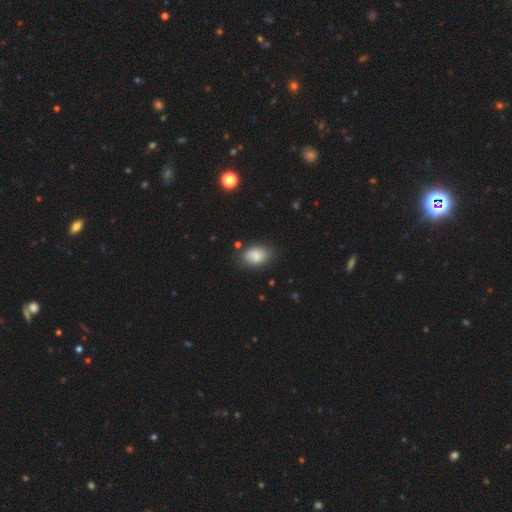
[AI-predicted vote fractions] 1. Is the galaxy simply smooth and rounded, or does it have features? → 83% smooth, 9% featured or disk, 8% star or artifact.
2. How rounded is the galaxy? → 82% in between, 17% round, 1% cigar-shaped.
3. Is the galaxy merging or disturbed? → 77% none, 16% minor disturbance, 4% major disturbance, 3% merger.